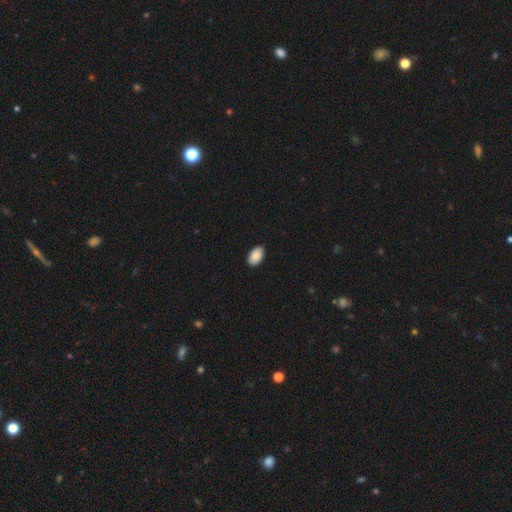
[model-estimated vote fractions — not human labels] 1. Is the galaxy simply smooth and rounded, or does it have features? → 89% smooth, 7% star or artifact, 4% featured or disk.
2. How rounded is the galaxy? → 94% in between, 5% round, 1% cigar-shaped.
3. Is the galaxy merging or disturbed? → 88% none, 9% minor disturbance, 2% major disturbance, 1% merger.